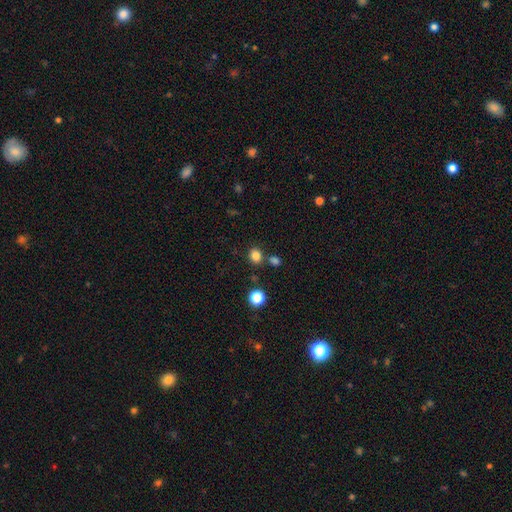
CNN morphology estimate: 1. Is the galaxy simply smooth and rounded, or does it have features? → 82% smooth, 14% star or artifact, 4% featured or disk.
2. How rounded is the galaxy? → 71% round, 28% in between, 1% cigar-shaped.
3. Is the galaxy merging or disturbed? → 76% none, 11% merger, 9% minor disturbance, 3% major disturbance.